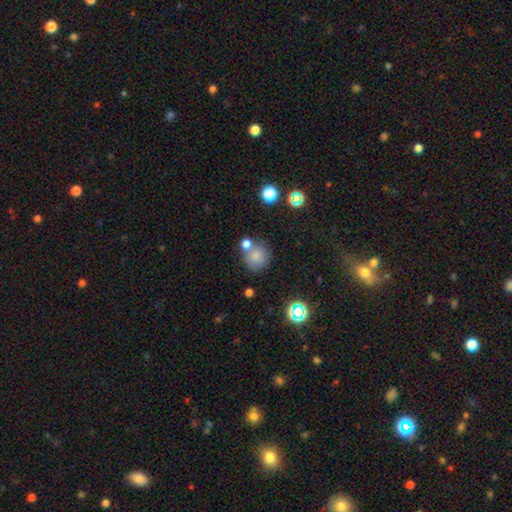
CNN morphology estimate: A smooth galaxy with no disk features (77%) that is round (89%).

Vote fractions:
- Smooth or featured? smooth: 77% / star or artifact: 13% / featured or disk: 10%
- How rounded? round: 89% / in between: 10% / cigar-shaped: 1%
- Merging? none: 57% / merger: 25% / minor disturbance: 12% / major disturbance: 5%